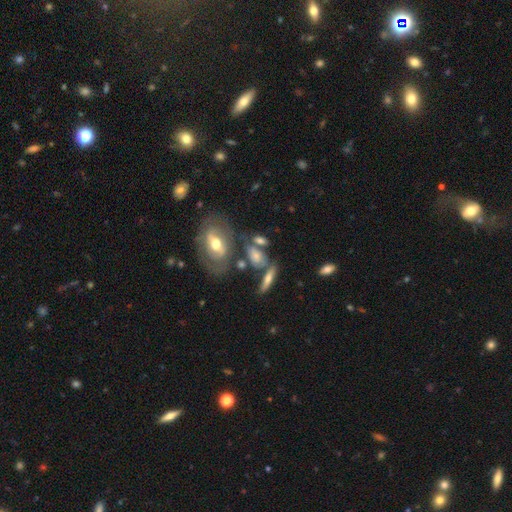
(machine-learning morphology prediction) Q: Smooth or featured?
A: smooth (50%); runner-up: featured or disk (39%)
Q: Merging?
A: none (50%); runner-up: merger (23%)